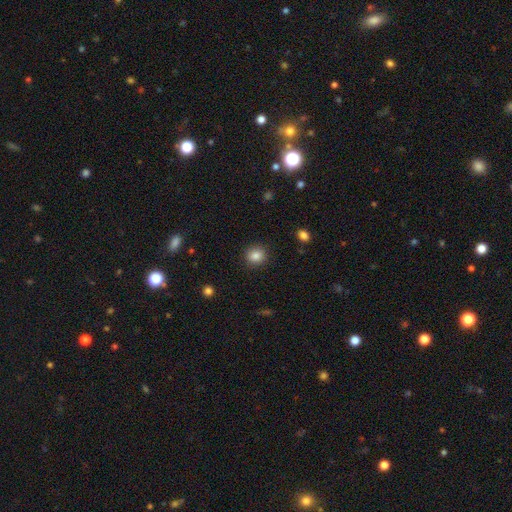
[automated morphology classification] Overall: smooth (85%). How rounded: round (85%). Merging: none (90%).